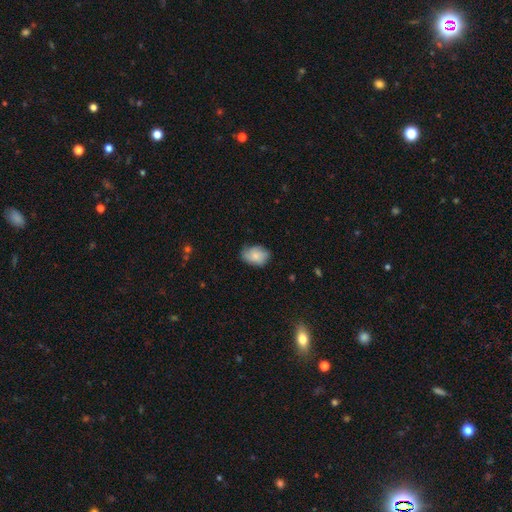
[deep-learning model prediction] Smooth or featured: smooth — 75% (featured or disk — 17%)
How rounded: in between — 75% (round — 23%)
Merging: none — 66% (minor disturbance — 27%)